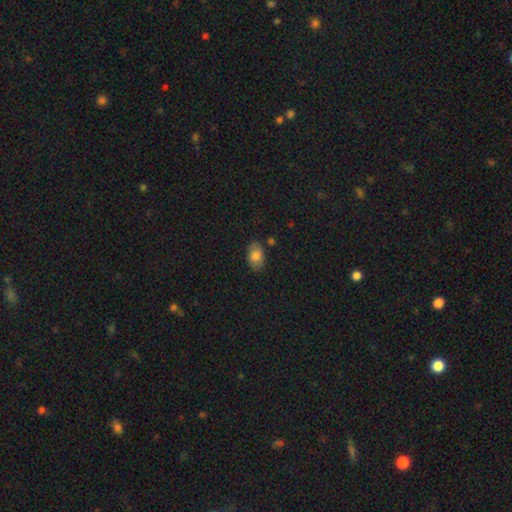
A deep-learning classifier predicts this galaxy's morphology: smooth 81%, featured or disk 10%, star or artifact 8%. Down the decision tree: how rounded — in between (90%); merging — none (82%).